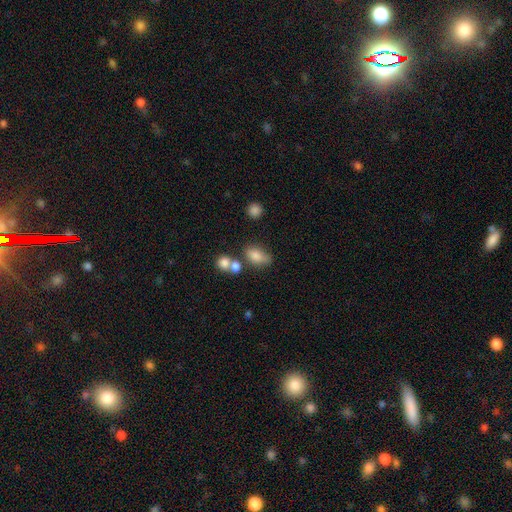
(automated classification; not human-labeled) smooth_or_featured: smooth (p=0.79) [alt: star or artifact p=0.11]
how_rounded: in between (p=0.82) [alt: round p=0.16]
merging: none (p=0.47) [alt: merger p=0.26]